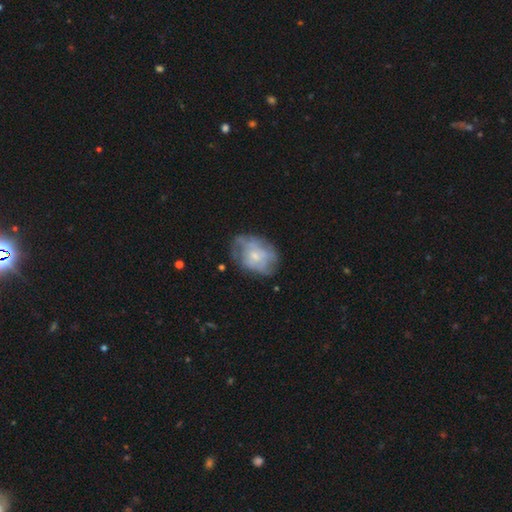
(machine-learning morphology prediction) Smooth or featured? Predicted: featured or disk (p=0.54). Edge-on disk? Predicted: no (p=0.97). Bar? Predicted: no (p=0.81). Spiral arms? Predicted: no (p=0.53). Bulge size? Predicted: small (p=0.55). Merging? Predicted: none (p=0.54).